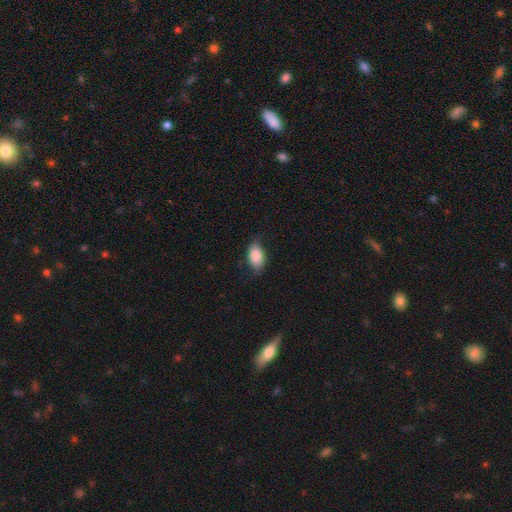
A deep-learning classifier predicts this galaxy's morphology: smooth_or_featured: smooth (p=0.84) [alt: featured or disk p=0.10]
how_rounded: in between (p=0.92) [alt: round p=0.05]
merging: none (p=0.72) [alt: minor disturbance p=0.22]